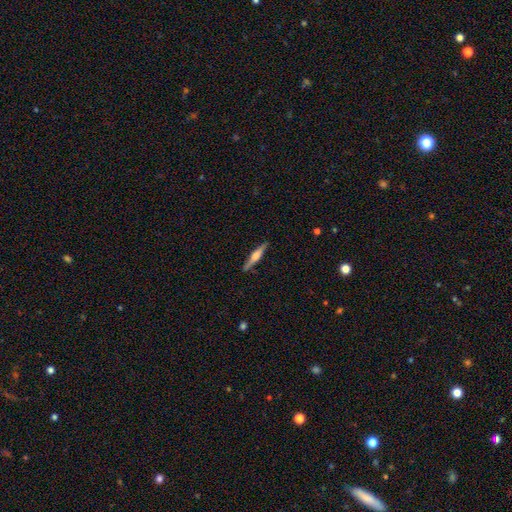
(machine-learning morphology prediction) type=featured or disk (65%); edge-on=yes (98%); edge-on bulge=rounded (74%); merging=none (89%).